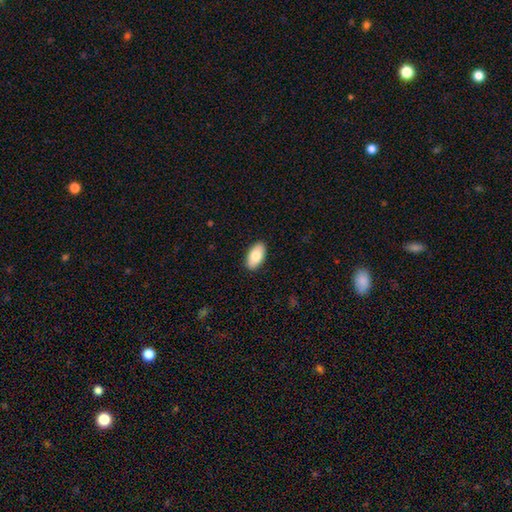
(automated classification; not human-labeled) smooth 81%, featured or disk 13%, star or artifact 6%. Down the decision tree: how rounded — in between (95%); merging — none (90%).